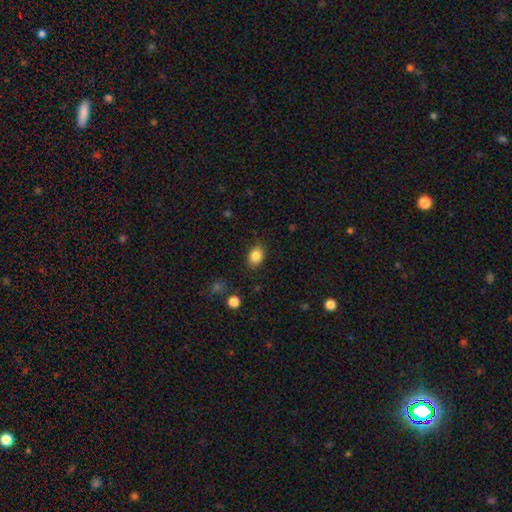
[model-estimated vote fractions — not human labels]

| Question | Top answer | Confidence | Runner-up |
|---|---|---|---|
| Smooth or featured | smooth | 86% | star or artifact (9%) |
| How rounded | in between | 73% | round (26%) |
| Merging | none | 85% | minor disturbance (10%) |